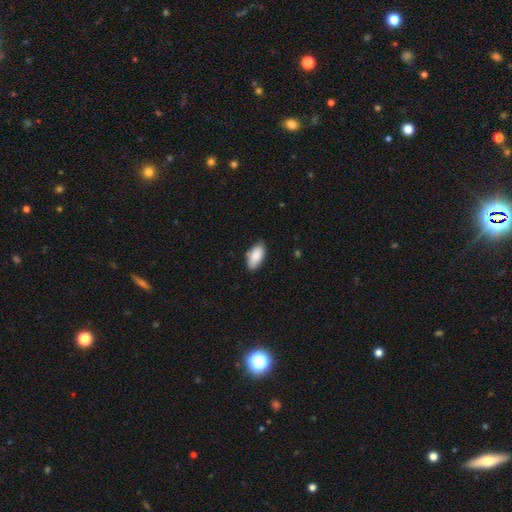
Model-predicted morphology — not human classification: smooth-or-featured: smooth: 87% | featured or disk: 7% | star or artifact: 6%
  how-rounded: in between: 92% | cigar-shaped: 6% | round: 2%
  merging: none: 80% | minor disturbance: 16% | major disturbance: 2% | merger: 2%